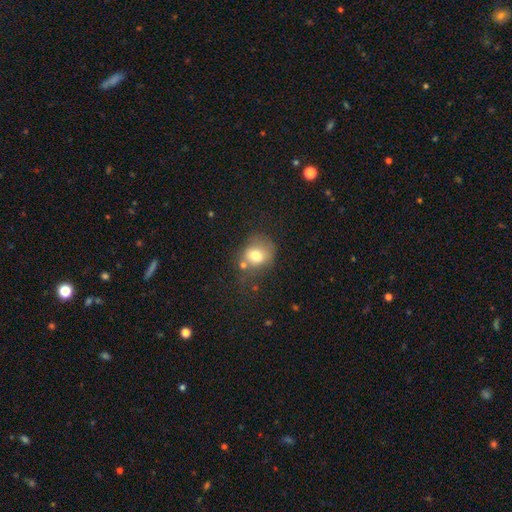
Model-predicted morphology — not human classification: A smooth galaxy with no disk features (73%) that is round (62%). Merging: none (49%).